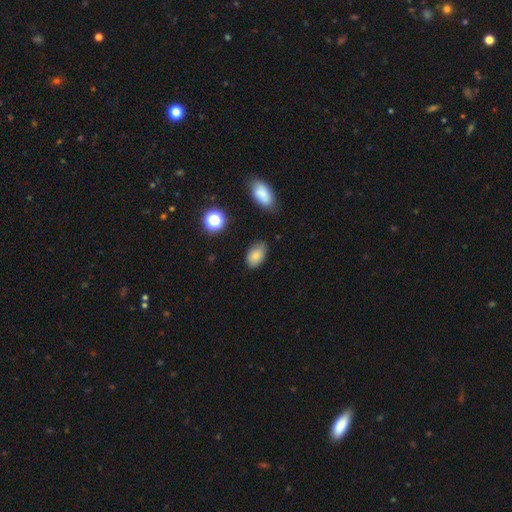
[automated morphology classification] The model was most divided on "merging": none: 76%, minor disturbance: 18%, major disturbance: 4%, merger: 2%. More confident: how rounded — in between (91%); smooth or featured — smooth (83%).